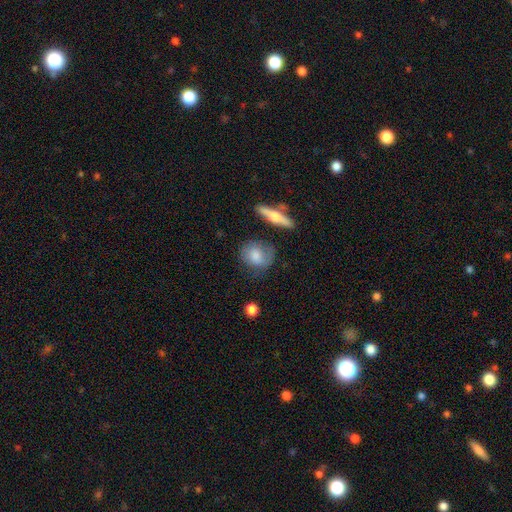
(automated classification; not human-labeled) smooth_or_featured: smooth (p=0.68) [alt: featured or disk p=0.25]
how_rounded: round (p=0.58) [alt: in between p=0.37]
merging: none (p=0.65) [alt: minor disturbance p=0.23]